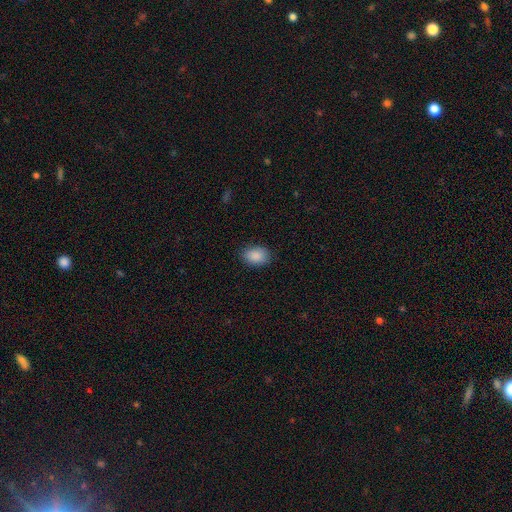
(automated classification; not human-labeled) Morphology: type=smooth (89%); roundness=in between (78%); merging=none (85%).